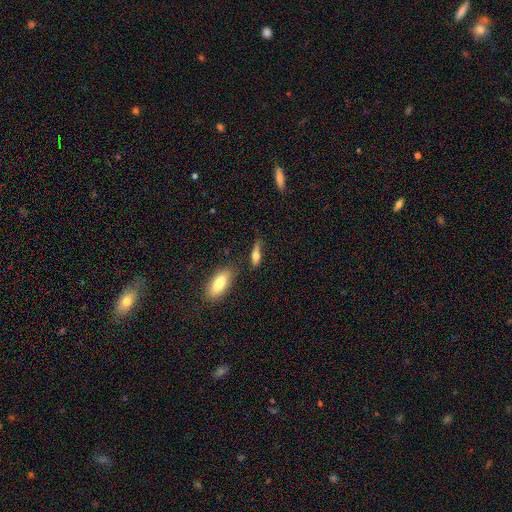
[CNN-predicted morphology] This appears to be a smooth galaxy with no disk features (64%) that is in between round and cigar-shaped (55%). Merging: none (55%).